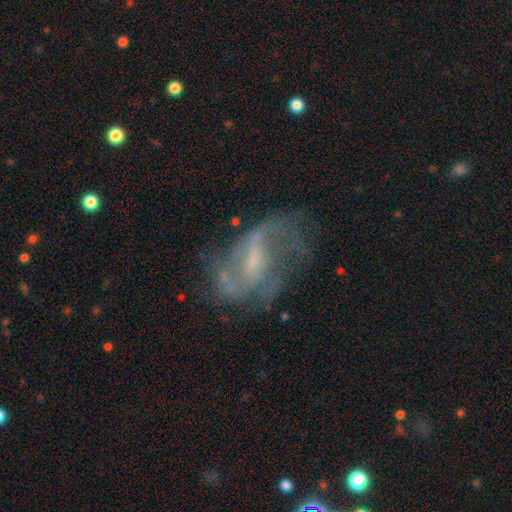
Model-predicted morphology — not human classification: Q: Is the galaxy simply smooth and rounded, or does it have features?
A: featured or disk — 75%.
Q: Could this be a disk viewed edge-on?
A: no — 96%.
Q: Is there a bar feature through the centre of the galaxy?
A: weak — 48%.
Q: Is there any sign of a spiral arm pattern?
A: yes — 76%.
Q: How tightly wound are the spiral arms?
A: loose — 47%.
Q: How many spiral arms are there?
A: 2 — 51%.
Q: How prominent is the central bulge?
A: small — 43%.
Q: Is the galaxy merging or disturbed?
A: none — 47%.